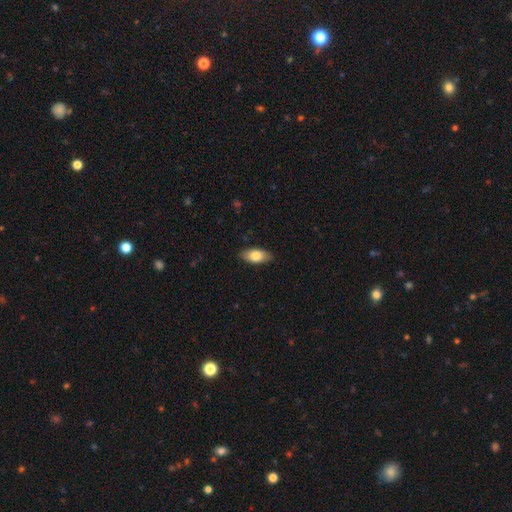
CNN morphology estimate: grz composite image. It shows a smooth galaxy with no disk features (79%) that is in between round and cigar-shaped (88%). Merging: none (87%).